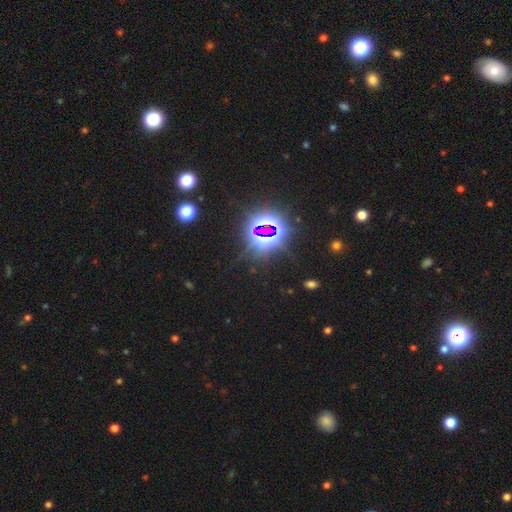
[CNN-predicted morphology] Smooth or featured: star or artifact — 81% (smooth — 11%)